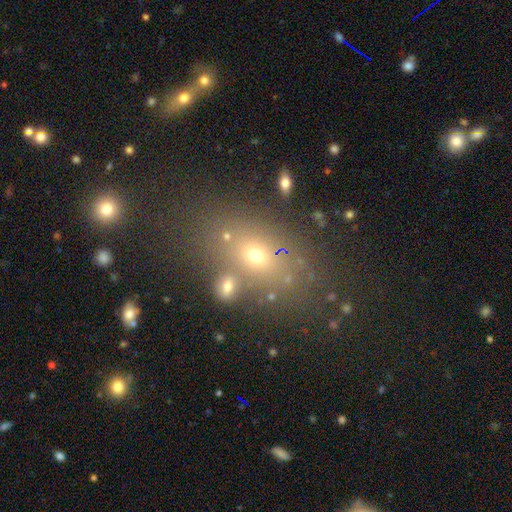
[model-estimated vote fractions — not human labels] Smooth or featured?
  - smooth: 57% *
  - star or artifact: 25%
  - featured or disk: 19%
How rounded?
  - in between: 66% *
  - round: 31%
  - cigar-shaped: 4%
Merging?
  - none: 69% *
  - minor disturbance: 13%
  - merger: 12%
  - major disturbance: 7%